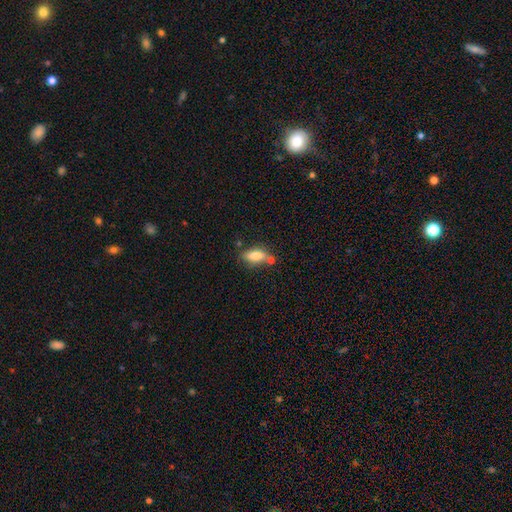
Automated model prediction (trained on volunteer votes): Smooth or featured? Predicted: smooth (p=0.75). How rounded? Predicted: in between (p=0.75). Merging? Predicted: none (p=0.59).